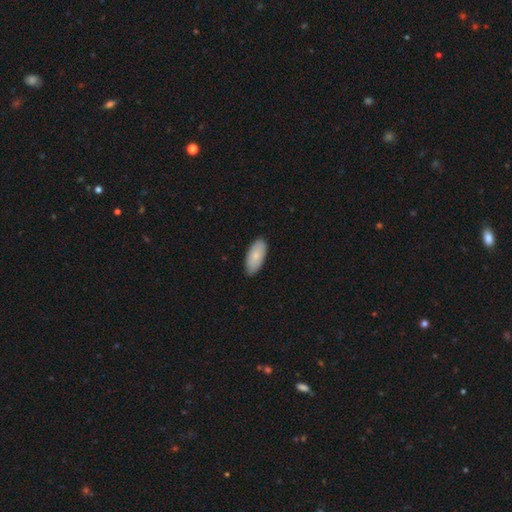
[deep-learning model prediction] Smooth or featured? smooth (80%)
How rounded? in between (92%)
Merging? none (84%)